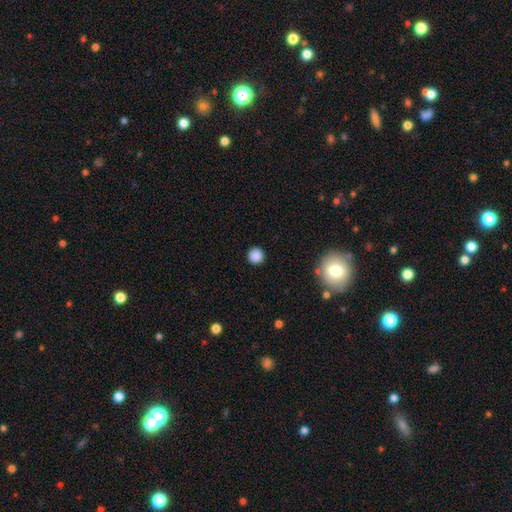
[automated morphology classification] smooth-or-featured: smooth: 86% | star or artifact: 11% | featured or disk: 3%
  how-rounded: round: 95% | in between: 4% | cigar-shaped: 1%
  merging: none: 92% | minor disturbance: 5% | major disturbance: 2% | merger: 1%